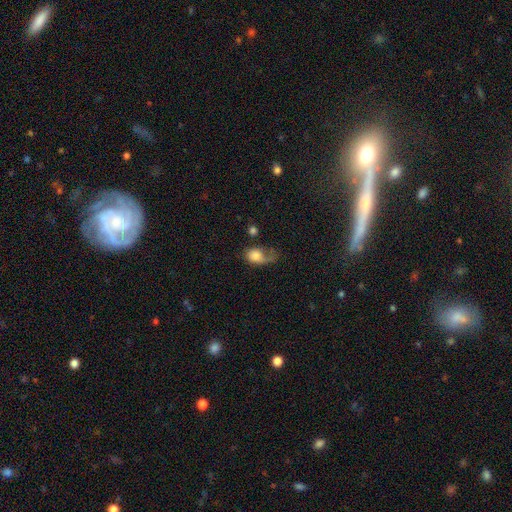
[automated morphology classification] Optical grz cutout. It shows a smooth galaxy with no disk features (64%) that is in between round and cigar-shaped (59%). Merging: major disturbance (49%).